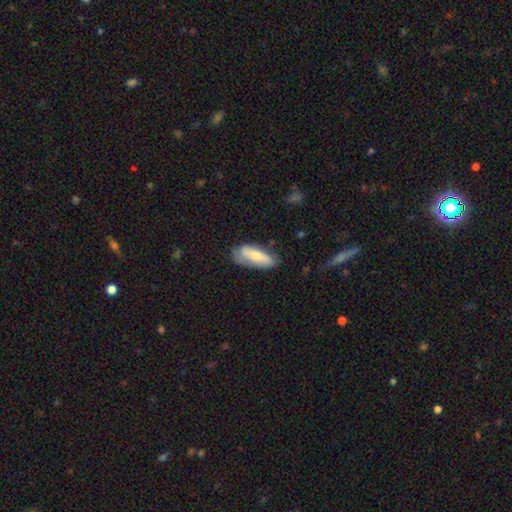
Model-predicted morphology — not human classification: A smooth galaxy with no disk features (60%) that is in between round and cigar-shaped (74%).

Vote fractions:
- Smooth or featured? smooth: 60% / featured or disk: 34% / star or artifact: 6%
- How rounded? in between: 74% / cigar-shaped: 24% / round: 2%
- Merging? none: 61% / minor disturbance: 29% / major disturbance: 8% / merger: 3%